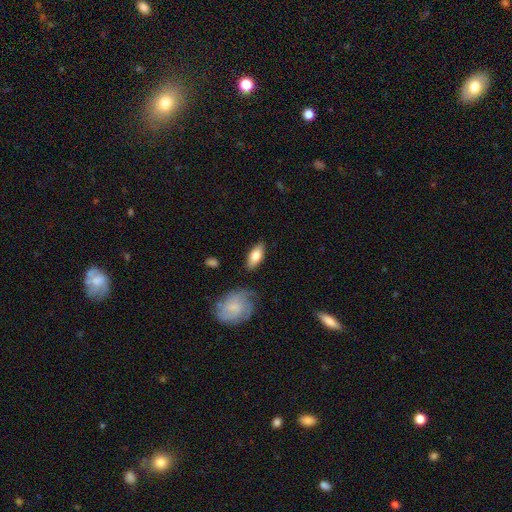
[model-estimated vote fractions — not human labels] Smooth or featured: smooth — 75% (featured or disk — 20%)
How rounded: in between — 83% (cigar-shaped — 14%)
Merging: none — 82% (minor disturbance — 12%)